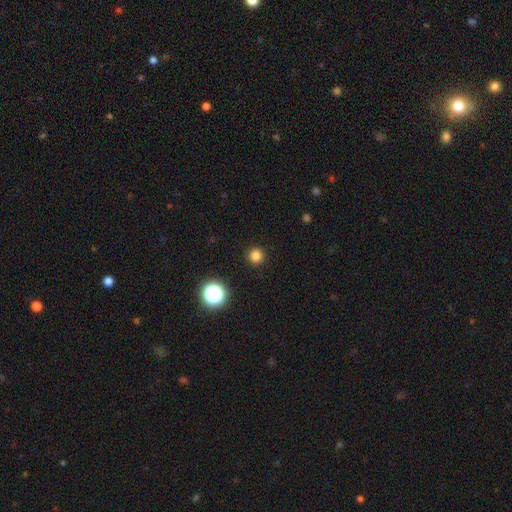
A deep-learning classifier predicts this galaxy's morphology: Overall: smooth (82%). How rounded: round (96%). Merging: none (93%).